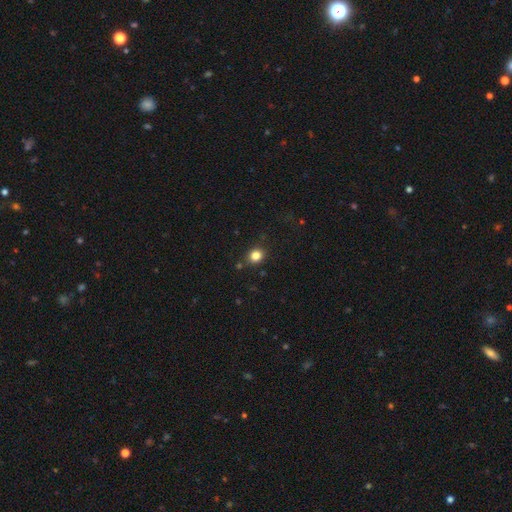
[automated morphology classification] type=smooth (82%); roundness=round (74%); merging=none (85%).